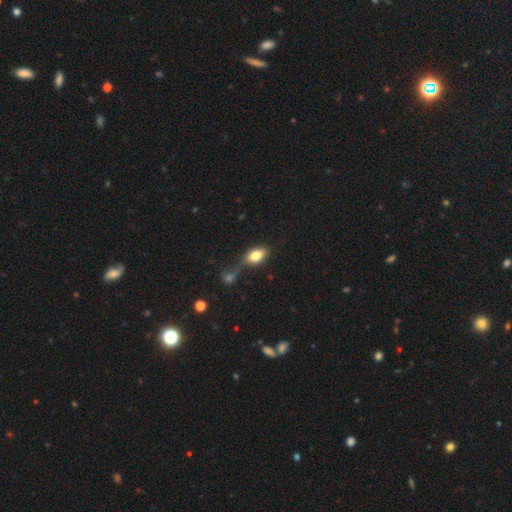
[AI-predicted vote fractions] Smooth or featured: smooth — 79% (featured or disk — 13%)
How rounded: in between — 86% (round — 10%)
Merging: none — 44% (merger — 26%)